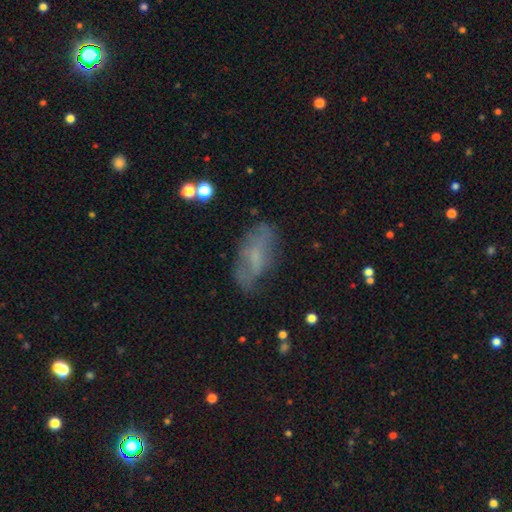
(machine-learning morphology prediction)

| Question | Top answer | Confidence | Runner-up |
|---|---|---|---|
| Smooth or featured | smooth | 49% | featured or disk (38%) |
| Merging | none | 64% | minor disturbance (23%) |